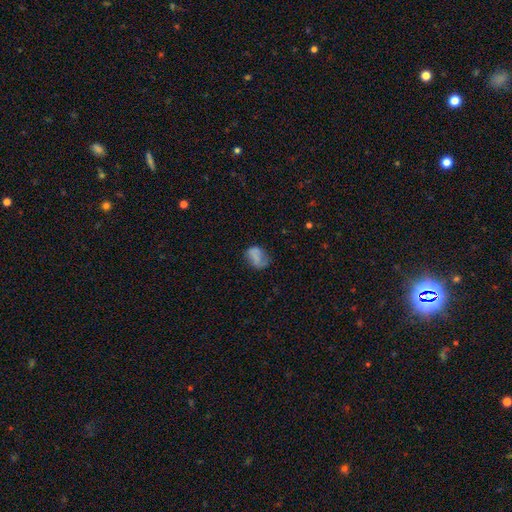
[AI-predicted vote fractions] Smooth or featured?
  - smooth: 67% *
  - featured or disk: 22%
  - star or artifact: 11%
How rounded?
  - in between: 71% *
  - round: 27%
  - cigar-shaped: 2%
Merging?
  - none: 51% *
  - minor disturbance: 29%
  - major disturbance: 16%
  - merger: 4%